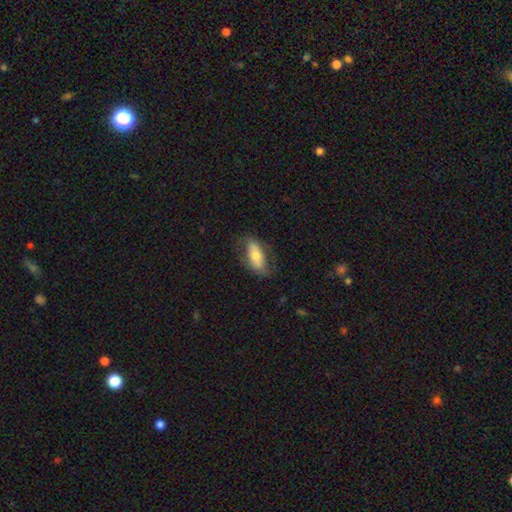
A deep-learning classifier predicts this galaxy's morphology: This appears to be a smooth galaxy with no disk features (61%) that is in between round and cigar-shaped (75%). Merging: none (70%).